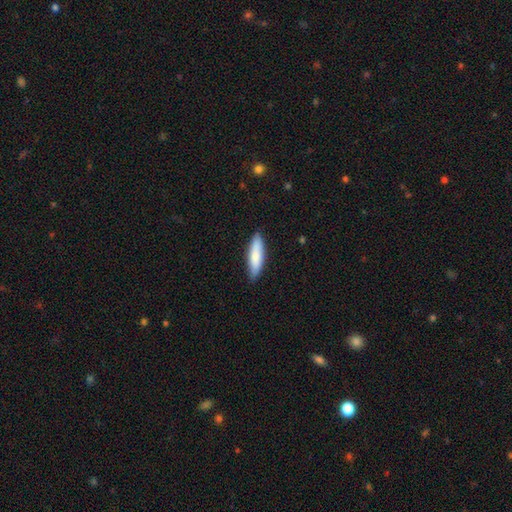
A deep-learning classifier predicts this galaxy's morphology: A smooth galaxy with no disk features (79%) that is cigar-shaped (62%).

Vote fractions:
- Smooth or featured? smooth: 79% / featured or disk: 16% / star or artifact: 5%
- How rounded? cigar-shaped: 62% / in between: 37% / round: 2%
- Merging? none: 85% / minor disturbance: 12% / major disturbance: 2% / merger: 1%